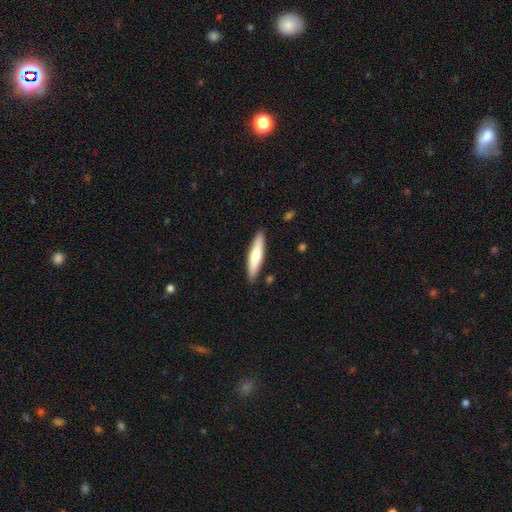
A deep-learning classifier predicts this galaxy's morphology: The model was most divided on "smooth or featured": smooth: 65%, featured or disk: 30%, star or artifact: 5%. More confident: merging — none (88%); how rounded — cigar-shaped (81%).